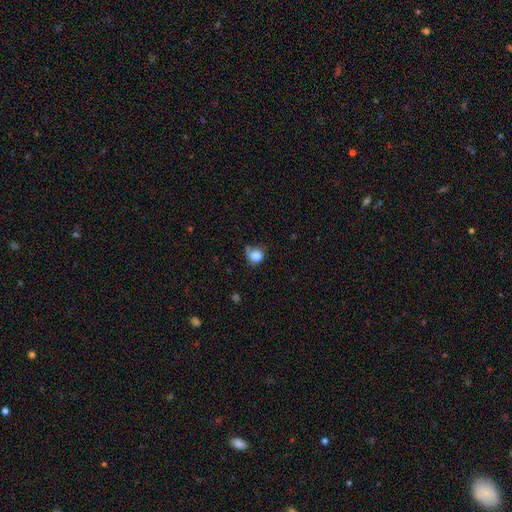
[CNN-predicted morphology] type=smooth (83%); roundness=round (74%); merging=none (46%).